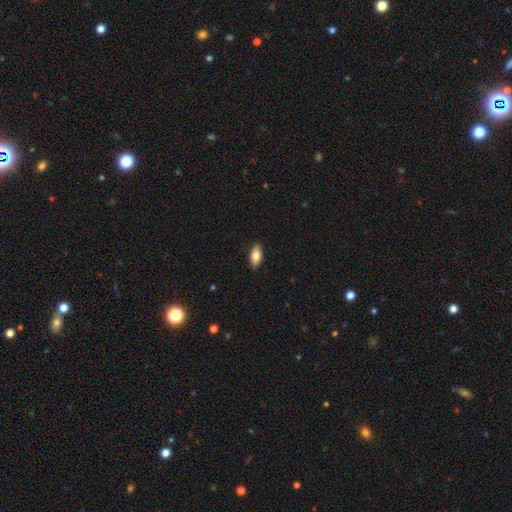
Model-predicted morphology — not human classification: Overall: smooth (80%). How rounded: in between (90%). Merging: none (89%).